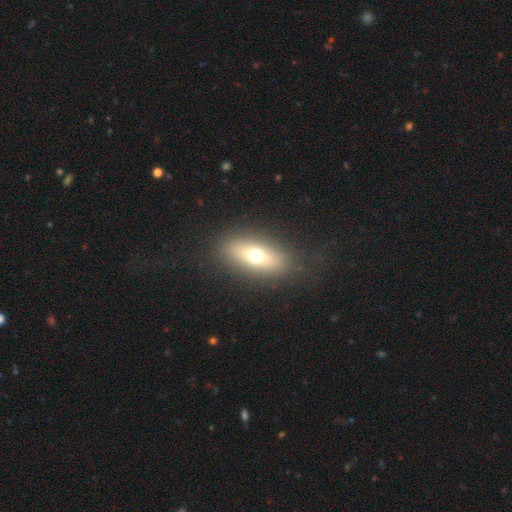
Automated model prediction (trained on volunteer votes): Smooth or featured: smooth — 61% (featured or disk — 26%)
How rounded: in between — 71% (cigar-shaped — 15%)
Merging: none — 84% (minor disturbance — 10%)